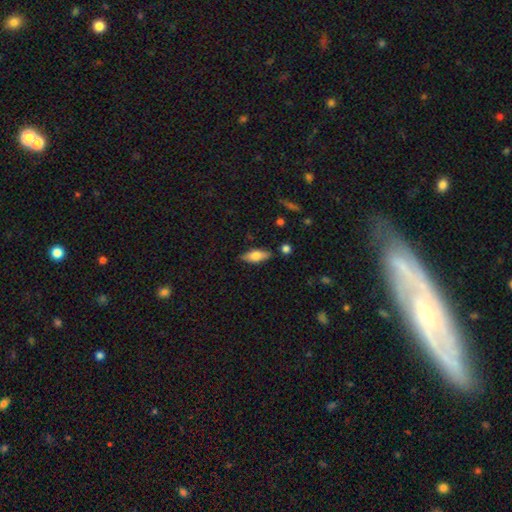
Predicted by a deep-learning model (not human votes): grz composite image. It shows a smooth galaxy with no disk features (65%) that is in between round and cigar-shaped (72%). Merging: none (83%).